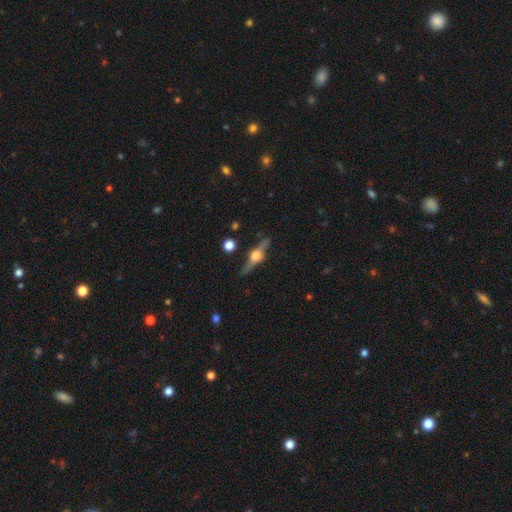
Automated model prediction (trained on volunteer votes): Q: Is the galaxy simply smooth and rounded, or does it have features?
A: featured or disk — 83%.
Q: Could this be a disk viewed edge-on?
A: yes — 97%.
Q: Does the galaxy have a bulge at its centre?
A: rounded — 95%.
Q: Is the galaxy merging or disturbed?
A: none — 87%.